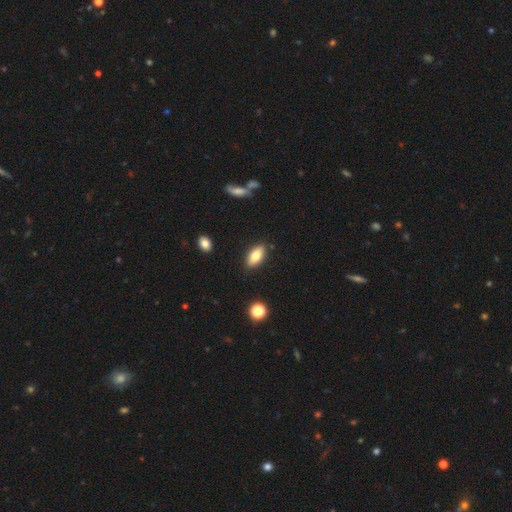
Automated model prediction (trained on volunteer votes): Q: Smooth or featured?
A: smooth (76%); runner-up: featured or disk (16%)
Q: How rounded?
A: in between (86%); runner-up: cigar-shaped (11%)
Q: Merging?
A: none (85%); runner-up: minor disturbance (10%)